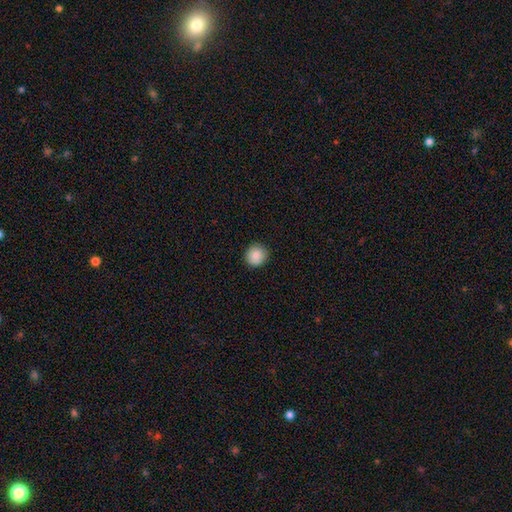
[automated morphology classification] This appears to be a smooth galaxy with no disk features (87%) that is round (91%). Merging: none (90%).